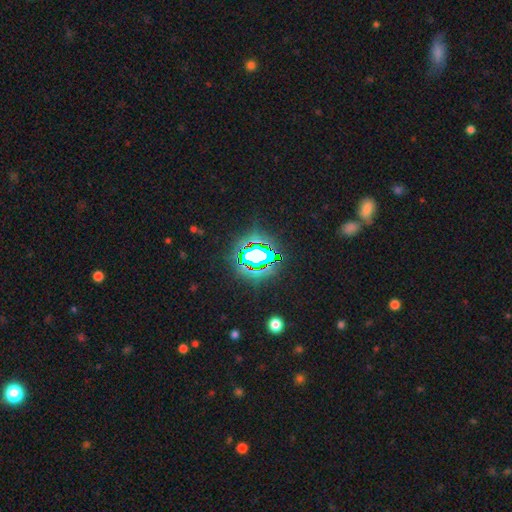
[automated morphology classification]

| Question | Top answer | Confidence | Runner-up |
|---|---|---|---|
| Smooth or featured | star or artifact | 73% | smooth (16%) |